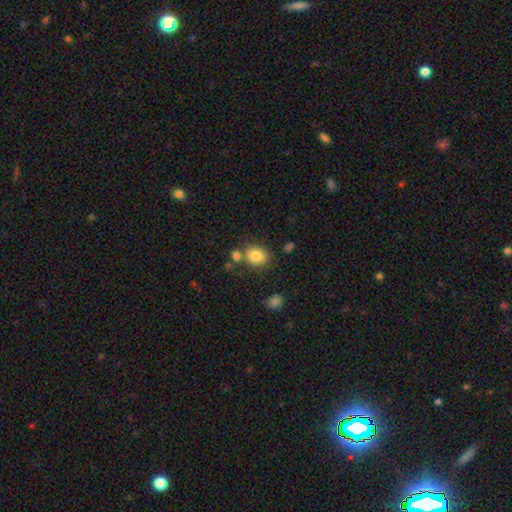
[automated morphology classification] smooth 82%, star or artifact 10%, featured or disk 8%. Down the decision tree: how rounded — round (62%); merging — none (66%).